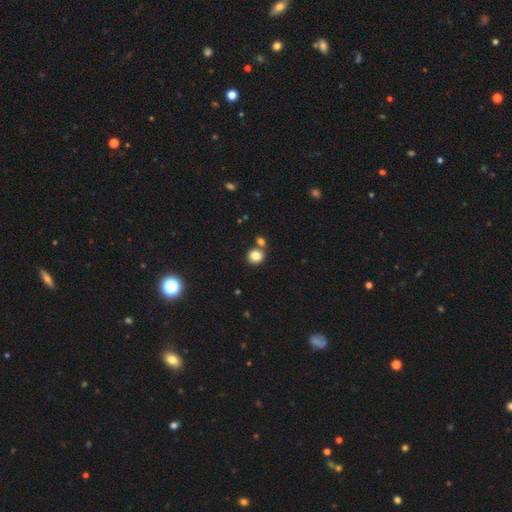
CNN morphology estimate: Q: Smooth or featured?
A: smooth (83%); runner-up: star or artifact (10%)
Q: How rounded?
A: round (76%); runner-up: in between (24%)
Q: Merging?
A: none (65%); runner-up: merger (23%)